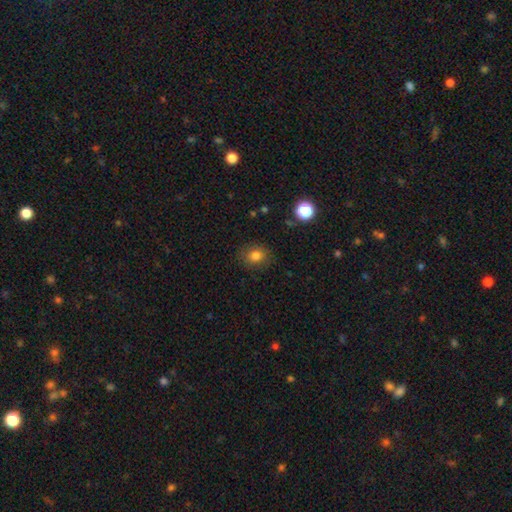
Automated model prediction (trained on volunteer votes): smooth 81%, star or artifact 12%, featured or disk 7%. Down the decision tree: how rounded — round (67%); merging — none (86%).